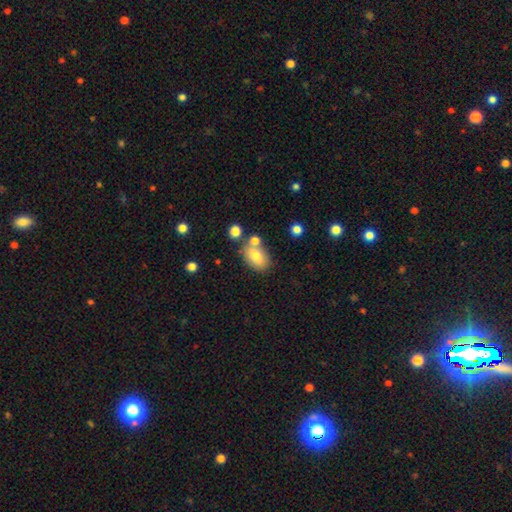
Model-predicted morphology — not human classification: Overall: smooth (74%). How rounded: in between (85%). Merging: none (66%).